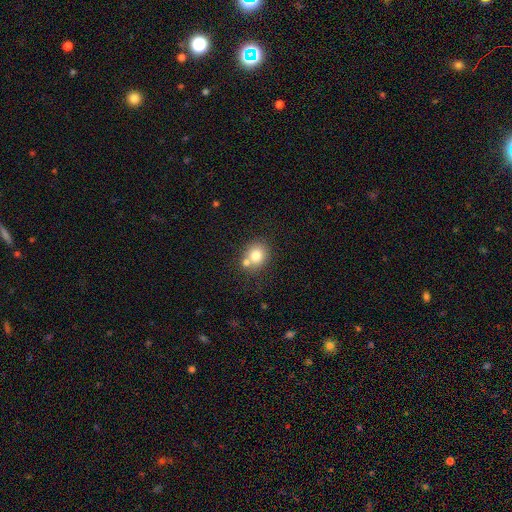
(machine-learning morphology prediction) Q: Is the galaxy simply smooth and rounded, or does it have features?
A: smooth — 77%.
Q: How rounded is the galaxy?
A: round — 78%.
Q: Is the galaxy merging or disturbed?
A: none — 60%.